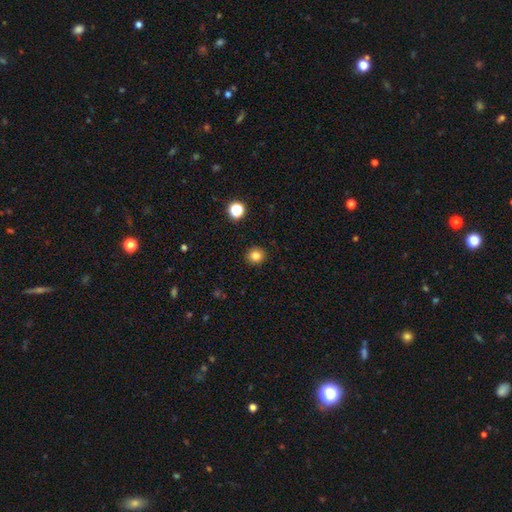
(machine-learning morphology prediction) type=smooth (82%); roundness=round (87%); merging=none (92%).